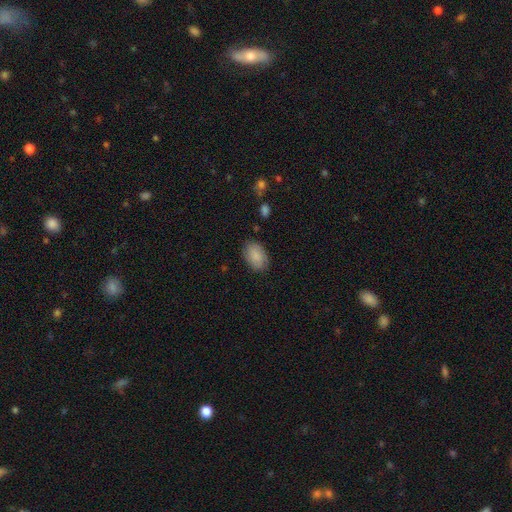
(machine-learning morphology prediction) Smooth or featured? smooth (83%)
How rounded? in between (90%)
Merging? none (82%)